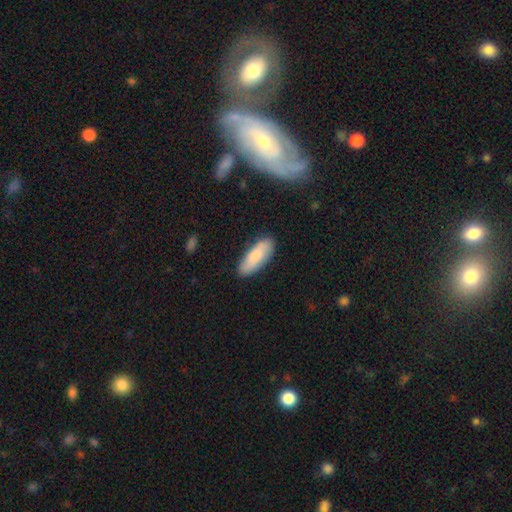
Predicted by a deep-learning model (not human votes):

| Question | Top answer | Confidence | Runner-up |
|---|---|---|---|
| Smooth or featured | smooth | 84% | featured or disk (10%) |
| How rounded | in between | 67% | cigar-shaped (31%) |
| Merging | none | 86% | minor disturbance (11%) |